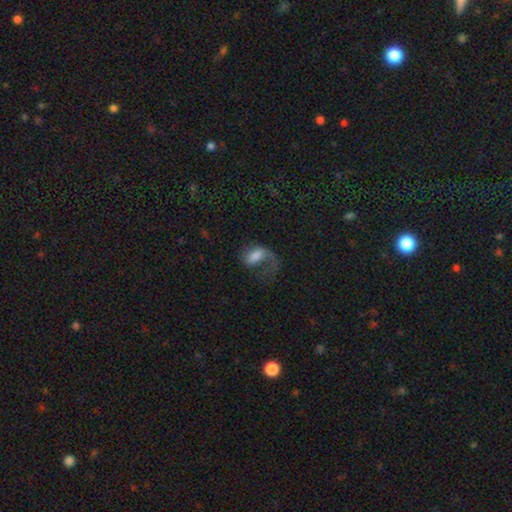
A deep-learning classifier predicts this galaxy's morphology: Smooth or featured? featured or disk (45%, tied with smooth)
Merging? major disturbance (57%)